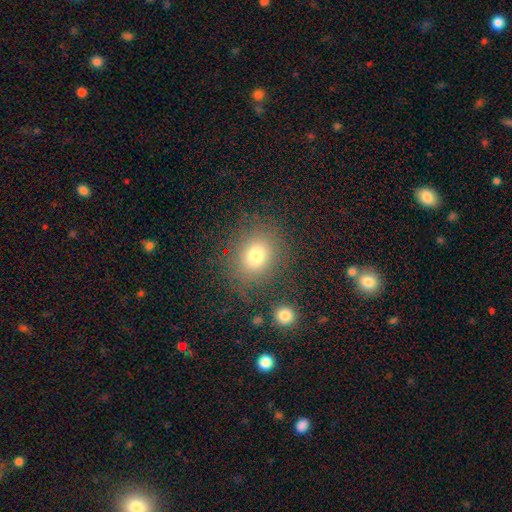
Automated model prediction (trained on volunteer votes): smooth-or-featured: smooth: 76% | star or artifact: 14% | featured or disk: 10%
  how-rounded: round: 62% | in between: 37% | cigar-shaped: 1%
  merging: none: 79% | minor disturbance: 12% | major disturbance: 5% | merger: 3%